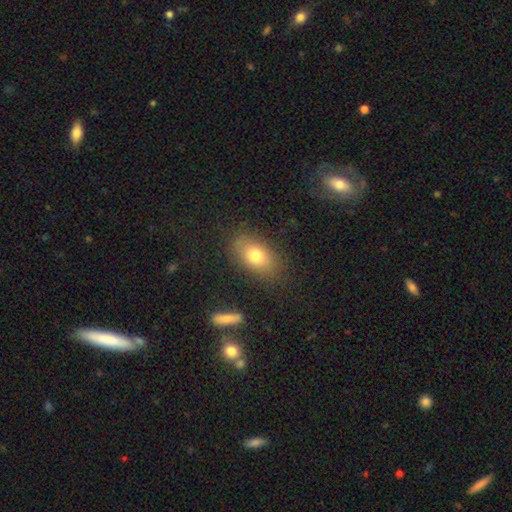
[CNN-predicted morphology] smooth 75%, featured or disk 15%, star or artifact 10%. Down the decision tree: how rounded — in between (84%); merging — none (82%).